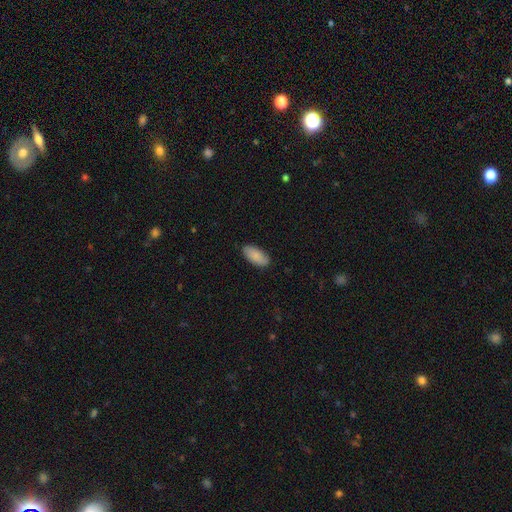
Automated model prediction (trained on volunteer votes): A smooth galaxy with no disk features (85%) that is in between round and cigar-shaped (92%).

Vote fractions:
- Smooth or featured? smooth: 85% / featured or disk: 9% / star or artifact: 6%
- How rounded? in between: 92% / cigar-shaped: 6% / round: 2%
- Merging? none: 86% / minor disturbance: 11% / major disturbance: 2% / merger: 1%